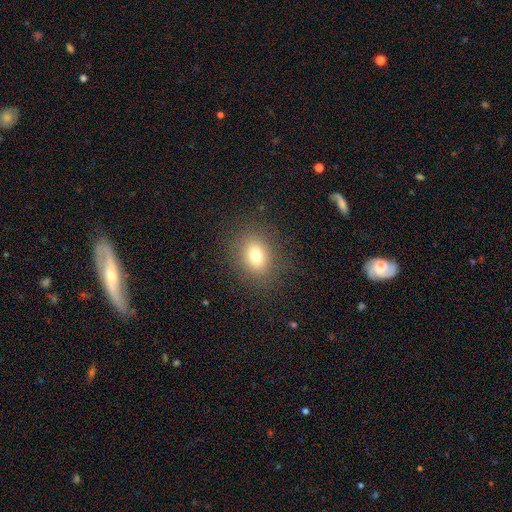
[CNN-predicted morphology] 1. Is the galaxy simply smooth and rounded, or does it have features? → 75% smooth, 14% star or artifact, 11% featured or disk.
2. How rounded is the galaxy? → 51% in between, 47% round, 1% cigar-shaped.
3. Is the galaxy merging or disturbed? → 85% none, 9% minor disturbance, 5% major disturbance, 1% merger.